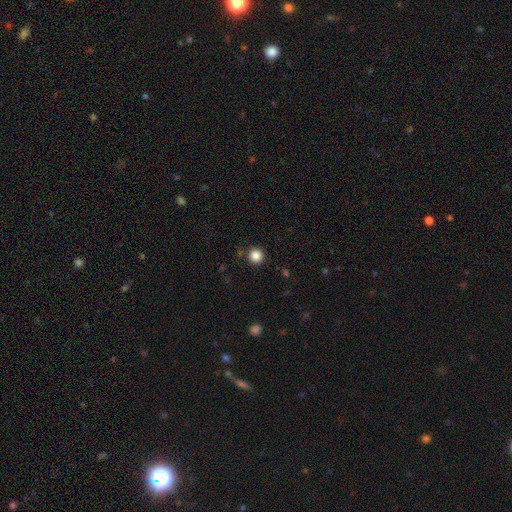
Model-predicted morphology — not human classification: This is clearly a smooth galaxy (86%). How rounded: clearly round (95%). Merging: clearly none (89%).